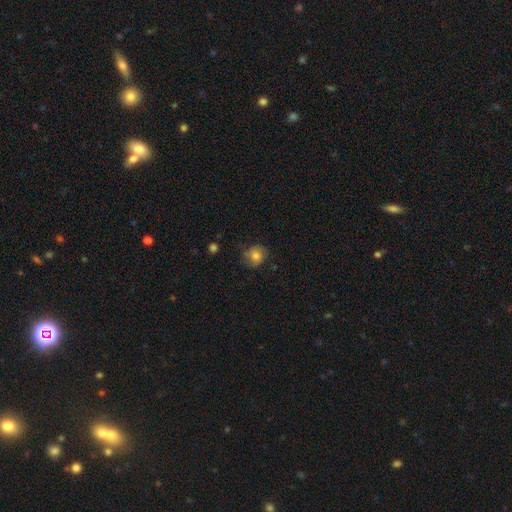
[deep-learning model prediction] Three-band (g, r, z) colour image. It shows a smooth galaxy with no disk features (71%) that is round (78%). Merging: none (69%).